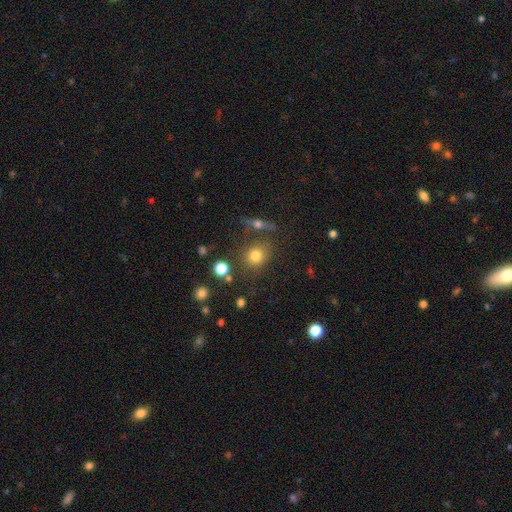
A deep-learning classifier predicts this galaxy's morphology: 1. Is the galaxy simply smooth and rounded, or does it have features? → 76% smooth, 14% star or artifact, 11% featured or disk.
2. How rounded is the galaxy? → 75% round, 24% in between, 2% cigar-shaped.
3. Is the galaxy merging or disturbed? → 72% none, 12% minor disturbance, 10% merger, 5% major disturbance.